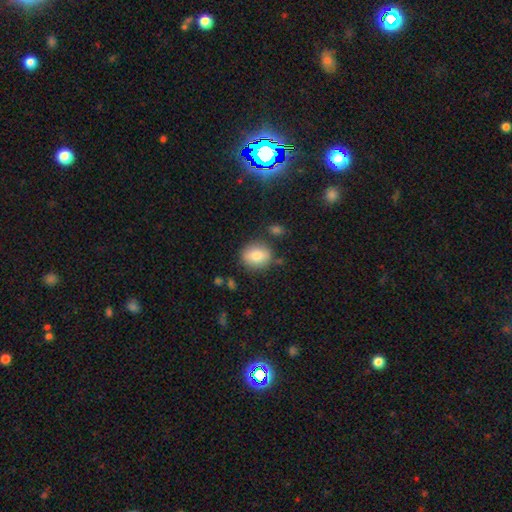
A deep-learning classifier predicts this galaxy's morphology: smooth 81%, featured or disk 11%, star or artifact 9%. Down the decision tree: how rounded — round (65%); merging — none (78%).